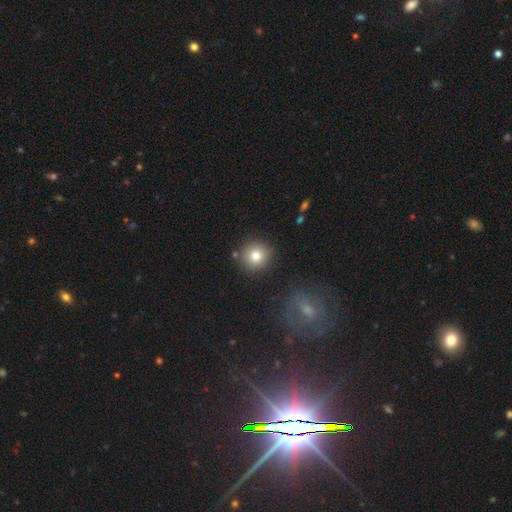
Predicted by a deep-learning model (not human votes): Q: Smooth or featured?
A: smooth (79%); runner-up: star or artifact (11%)
Q: How rounded?
A: round (94%); runner-up: in between (5%)
Q: Merging?
A: none (85%); runner-up: minor disturbance (8%)